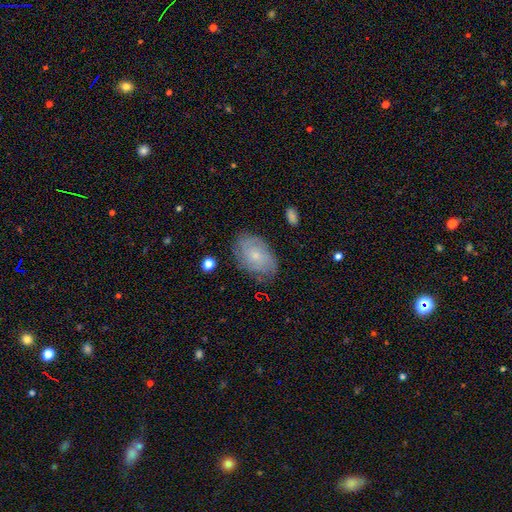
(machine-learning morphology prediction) featured or disk 60%, smooth 31%, star or artifact 9%. Down the decision tree: edge-on disk — no (96%); bar — no (79%); spiral arms — yes (86%); bulge size — small (74%); merging — none (76%).